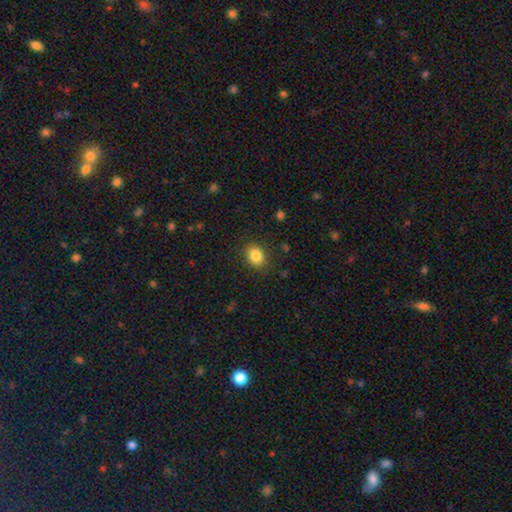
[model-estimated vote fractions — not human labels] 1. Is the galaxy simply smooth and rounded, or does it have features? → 85% smooth, 10% star or artifact, 5% featured or disk.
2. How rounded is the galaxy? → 53% in between, 46% round, 1% cigar-shaped.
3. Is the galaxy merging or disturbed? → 86% none, 10% minor disturbance, 3% major disturbance, 1% merger.